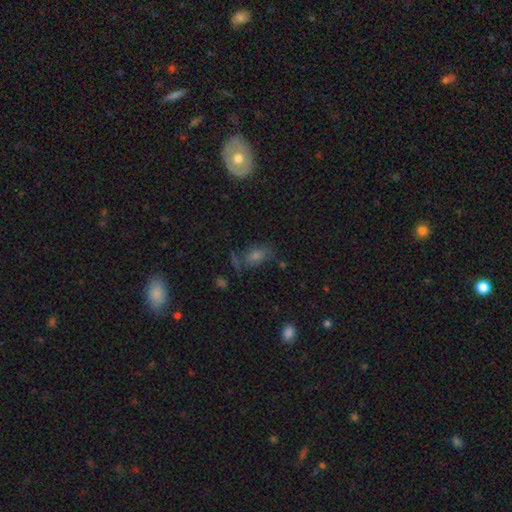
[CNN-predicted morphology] Overall: smooth (53%; featured or disk 24%). How rounded: in between (79%). Merging: none (60%; minor disturbance 21%).